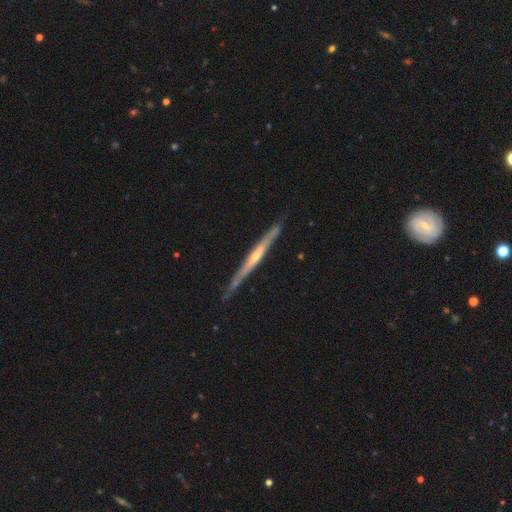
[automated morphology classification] smooth_or_featured: featured or disk (p=0.82) [alt: smooth p=0.14]
disk_edge_on: yes (p=0.98) [alt: no p=0.02]
edge_on_bulge: rounded (p=0.71) [alt: none p=0.20]
merging: none (p=0.85) [alt: minor disturbance p=0.12]